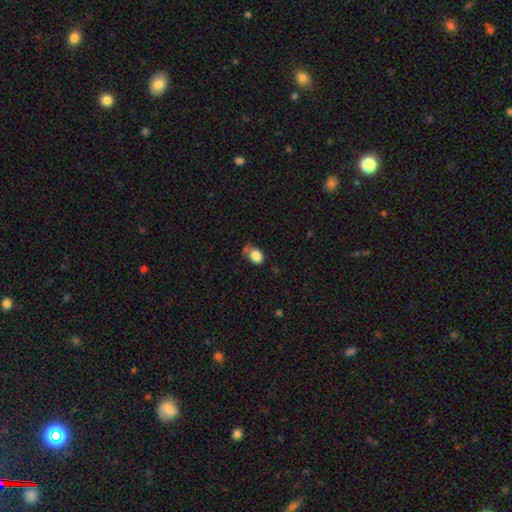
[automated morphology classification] A smooth galaxy with no disk features (84%) that is in between round and cigar-shaped (56%). Merging: none (50%).